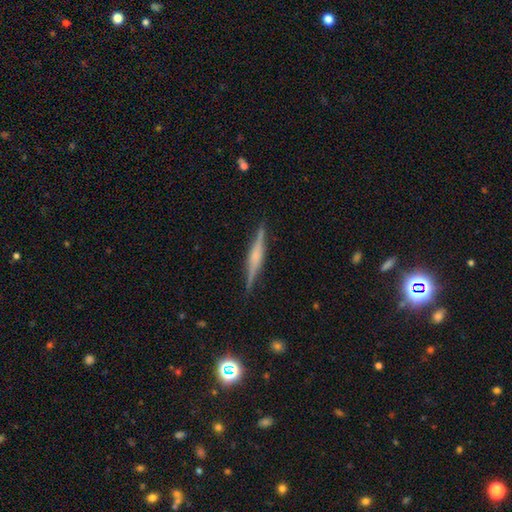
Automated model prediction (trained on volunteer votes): Overall: featured or disk (72%). Edge-on disk: yes (98%). Edge-on bulge: rounded (57%; boxy 29%). Merging: none (88%).